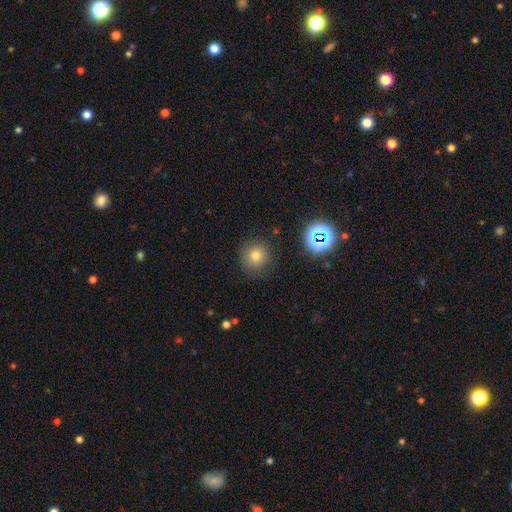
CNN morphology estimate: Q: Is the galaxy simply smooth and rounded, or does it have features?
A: smooth — 74%.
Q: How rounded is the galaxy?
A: round — 92%.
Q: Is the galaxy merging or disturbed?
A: none — 84%.